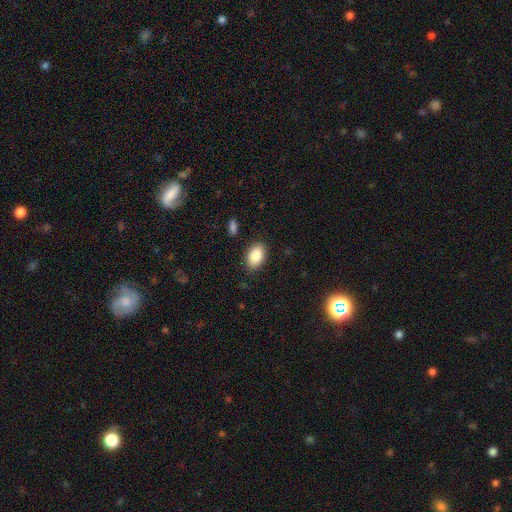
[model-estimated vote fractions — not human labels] Morphology: type=smooth (86%); roundness=in between (88%); merging=none (86%).